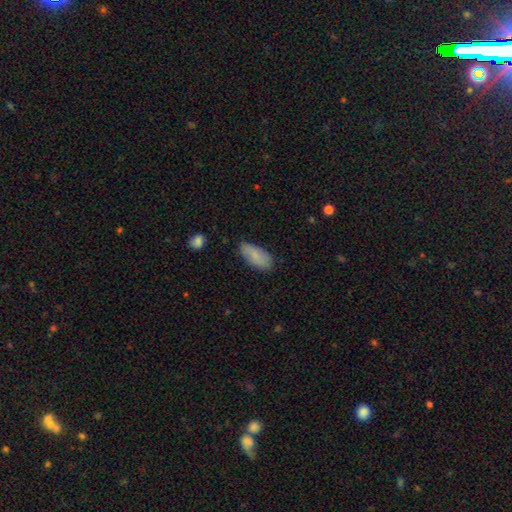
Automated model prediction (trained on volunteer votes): smooth 81%, featured or disk 13%, star or artifact 6%. Down the decision tree: how rounded — in between (89%); merging — none (79%).